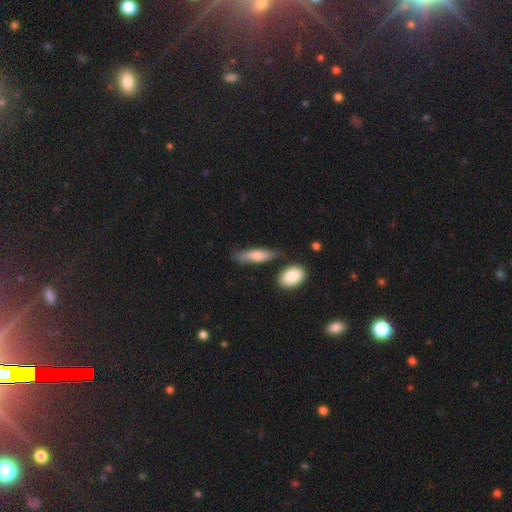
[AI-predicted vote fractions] Smooth or featured? smooth (71%)
How rounded? cigar-shaped (60%)
Merging? none (66%)